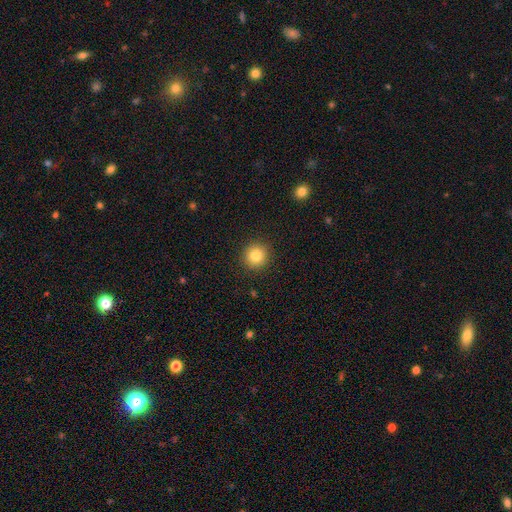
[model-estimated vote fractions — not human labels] Smooth or featured?
  - smooth: 83% *
  - star or artifact: 11%
  - featured or disk: 6%
How rounded?
  - round: 94% *
  - in between: 6%
  - cigar-shaped: 1%
Merging?
  - none: 91% *
  - minor disturbance: 6%
  - major disturbance: 2%
  - merger: 1%